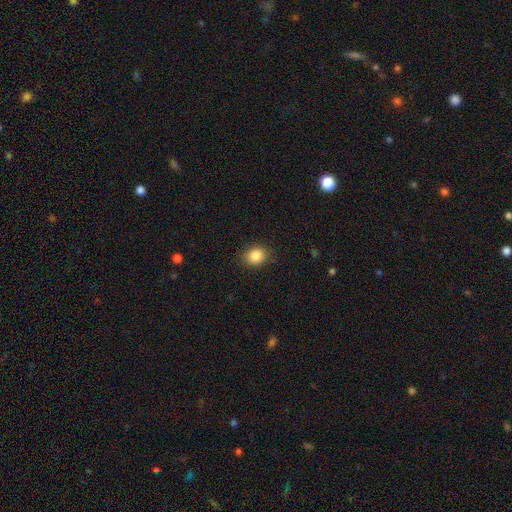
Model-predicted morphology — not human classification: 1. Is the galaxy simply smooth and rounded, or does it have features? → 86% smooth, 10% star or artifact, 5% featured or disk.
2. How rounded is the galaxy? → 58% round, 41% in between, 1% cigar-shaped.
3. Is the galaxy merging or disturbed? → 86% none, 10% minor disturbance, 3% major disturbance, 1% merger.